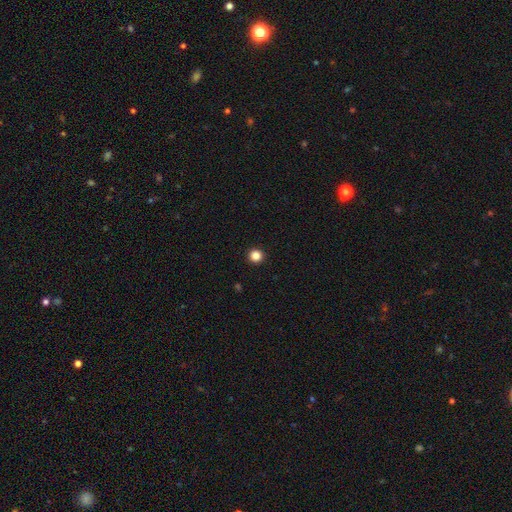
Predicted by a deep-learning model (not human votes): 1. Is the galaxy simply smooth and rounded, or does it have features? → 85% smooth, 12% star or artifact, 3% featured or disk.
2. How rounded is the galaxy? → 96% round, 3% in between, 1% cigar-shaped.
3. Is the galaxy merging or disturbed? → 94% none, 3% minor disturbance, 1% major disturbance, 1% merger.